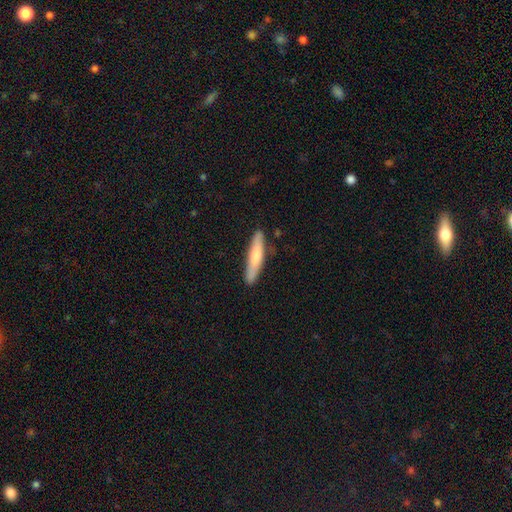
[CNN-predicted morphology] smooth-or-featured: smooth: 68% | featured or disk: 27% | star or artifact: 5%
  how-rounded: cigar-shaped: 90% | in between: 9% | round: 1%
  merging: none: 85% | minor disturbance: 11% | major disturbance: 2% | merger: 2%